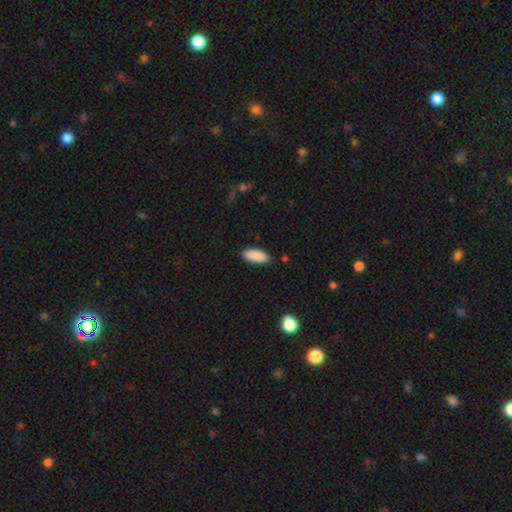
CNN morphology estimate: This is clearly a smooth galaxy (90%). How rounded: clearly in between (84%). Merging: clearly none (87%).